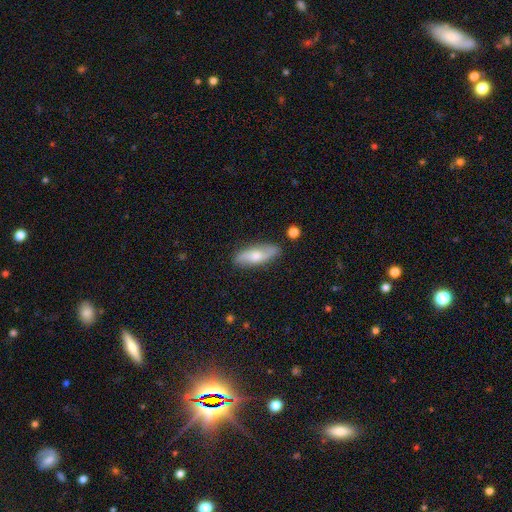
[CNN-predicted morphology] A smooth galaxy with no disk features (53%) that is in between round and cigar-shaped (62%).

Vote fractions:
- Smooth or featured? smooth: 53% / featured or disk: 41% / star or artifact: 6%
- How rounded? in between: 62% / cigar-shaped: 35% / round: 3%
- Merging? none: 81% / minor disturbance: 14% / major disturbance: 3% / merger: 3%